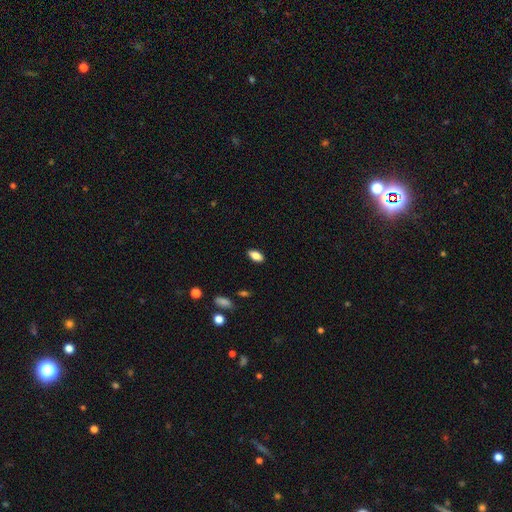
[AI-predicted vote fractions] This appears to be a smooth galaxy with no disk features (83%) that is in between round and cigar-shaped (89%). Merging: none (88%).